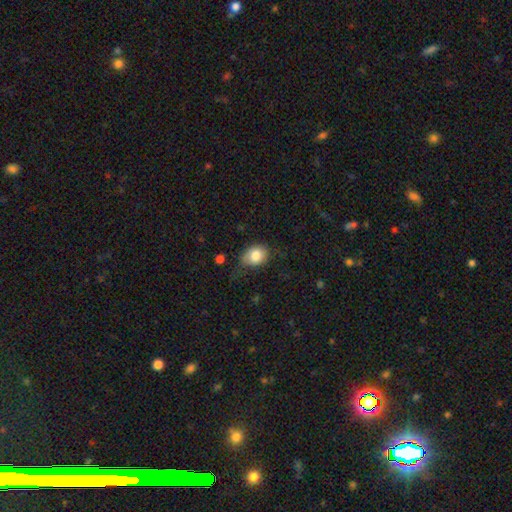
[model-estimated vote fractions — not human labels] This appears to be a smooth galaxy with no disk features (82%) that is in between round and cigar-shaped (61%). Merging: none (57%).